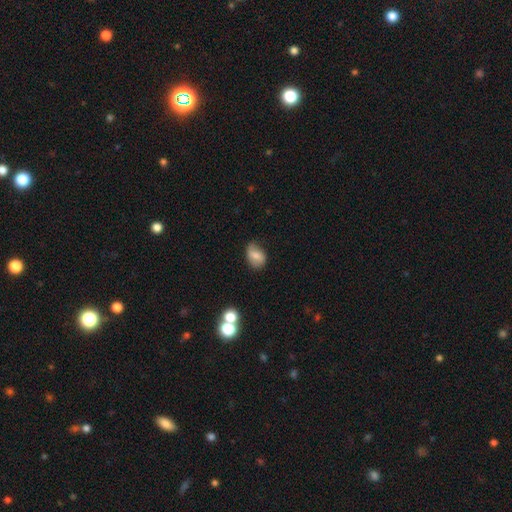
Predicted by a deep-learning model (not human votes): Smooth or featured: smooth — 70% (featured or disk — 21%)
How rounded: in between — 73% (round — 26%)
Merging: none — 64% (minor disturbance — 28%)